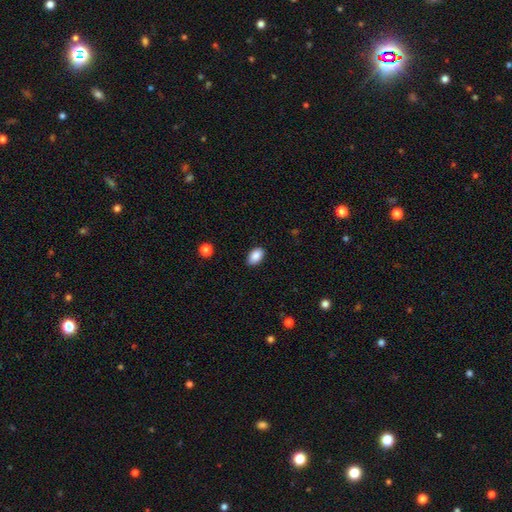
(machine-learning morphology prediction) Smooth or featured?
  - smooth: 89% *
  - star or artifact: 7%
  - featured or disk: 4%
How rounded?
  - in between: 92% *
  - round: 6%
  - cigar-shaped: 1%
Merging?
  - none: 88% *
  - minor disturbance: 9%
  - major disturbance: 2%
  - merger: 1%